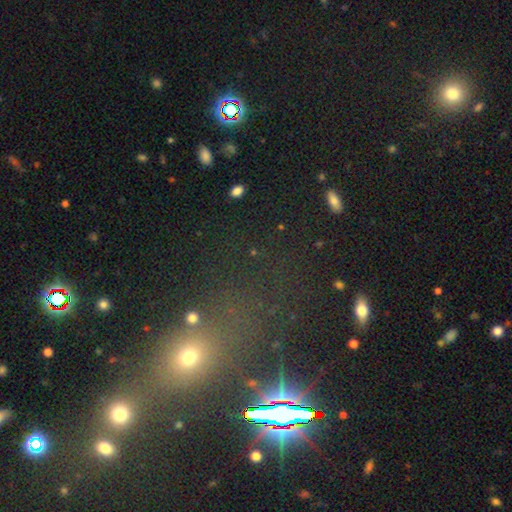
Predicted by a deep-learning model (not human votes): Smooth or featured? Predicted: star or artifact (p=0.57).